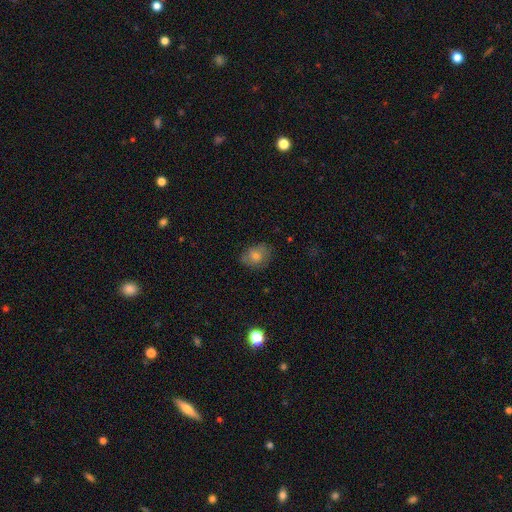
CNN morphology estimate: Q: Smooth or featured?
A: smooth (65%); runner-up: featured or disk (20%)
Q: How rounded?
A: in between (50%); runner-up: round (49%)
Q: Merging?
A: none (78%); runner-up: minor disturbance (16%)